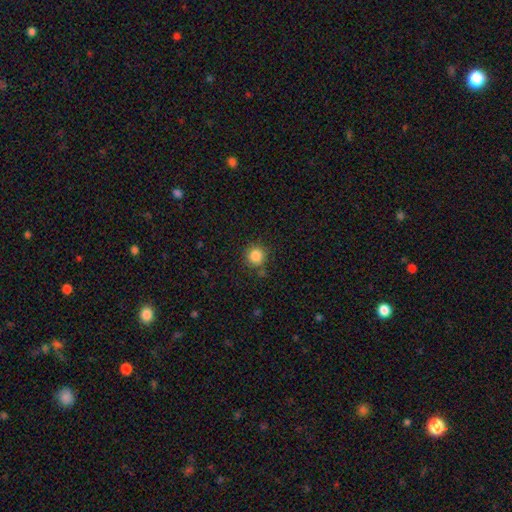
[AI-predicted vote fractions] smooth 85%, star or artifact 11%, featured or disk 4%. Down the decision tree: how rounded — round (93%); merging — none (81%).